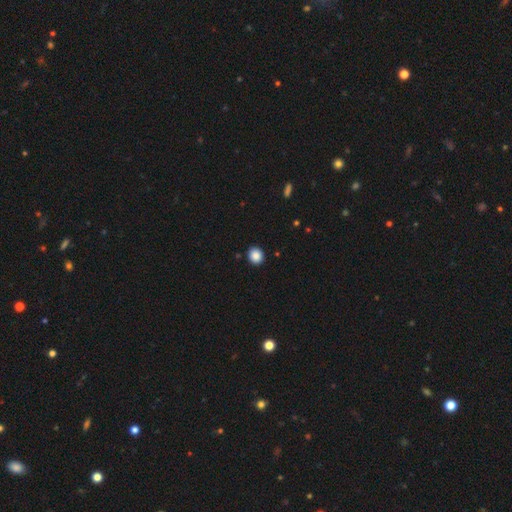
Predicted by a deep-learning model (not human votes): The model was most divided on "how rounded": round: 82%, in between: 17%, cigar-shaped: 1%. More confident: merging — none (92%); smooth or featured — smooth (88%).